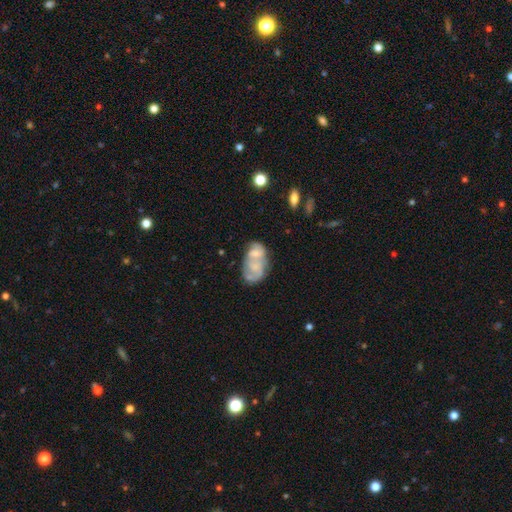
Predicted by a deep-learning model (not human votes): featured or disk 51%, smooth 41%, star or artifact 8%. Down the decision tree: edge-on disk — no (97%); merging — merger (41%).